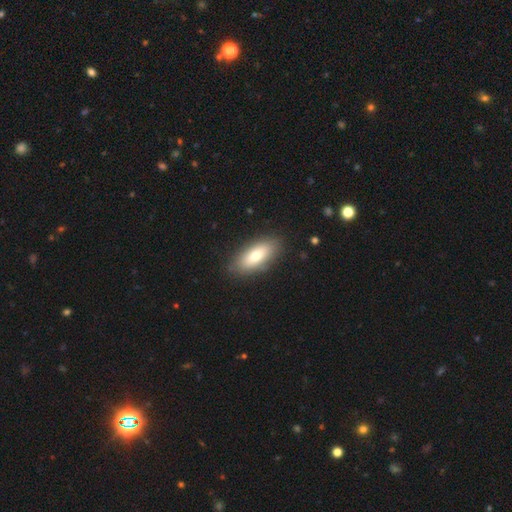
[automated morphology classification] A smooth galaxy with no disk features (74%) that is in between round and cigar-shaped (81%). Merging: none (87%).